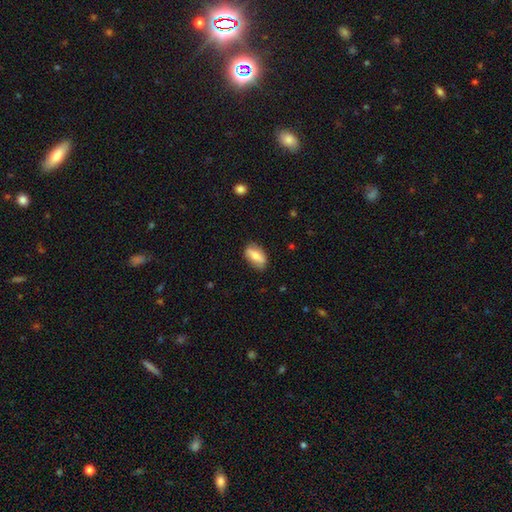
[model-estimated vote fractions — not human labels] This appears to be a smooth galaxy with no disk features (64%) that is in between round and cigar-shaped (87%). Merging: none (78%).